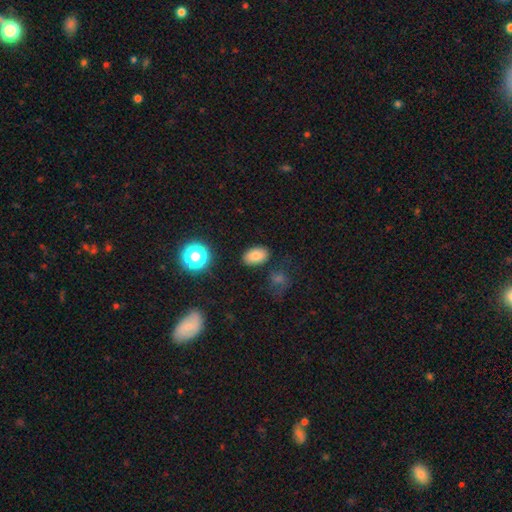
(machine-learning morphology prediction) This is likely a smooth galaxy (80%). How rounded: clearly in between (86%). Merging: clearly none (83%).